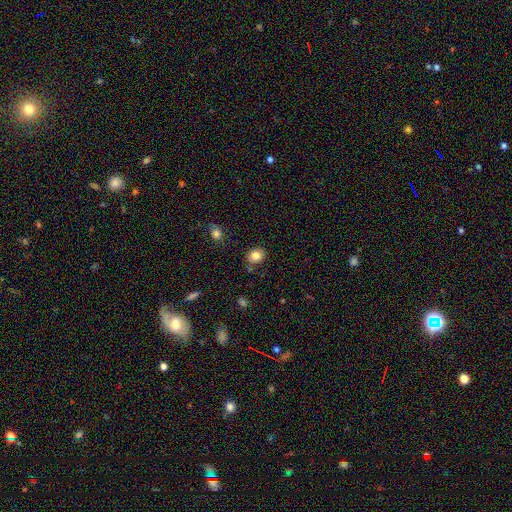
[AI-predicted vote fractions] Q: Smooth or featured?
A: smooth (82%); runner-up: star or artifact (10%)
Q: How rounded?
A: round (60%); runner-up: in between (40%)
Q: Merging?
A: none (82%); runner-up: minor disturbance (11%)